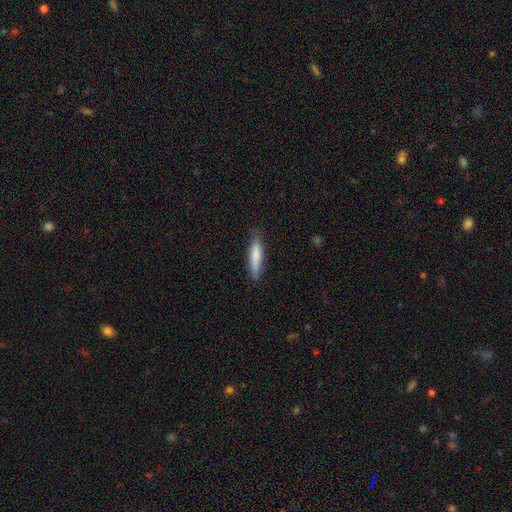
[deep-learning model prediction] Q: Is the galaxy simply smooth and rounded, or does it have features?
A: smooth — 82%.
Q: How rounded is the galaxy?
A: cigar-shaped — 81%.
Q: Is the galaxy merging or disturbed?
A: none — 85%.